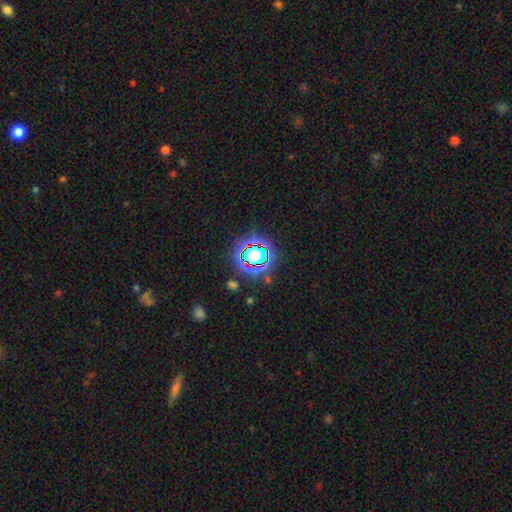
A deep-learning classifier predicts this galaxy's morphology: Smooth or featured? star or artifact (74%)